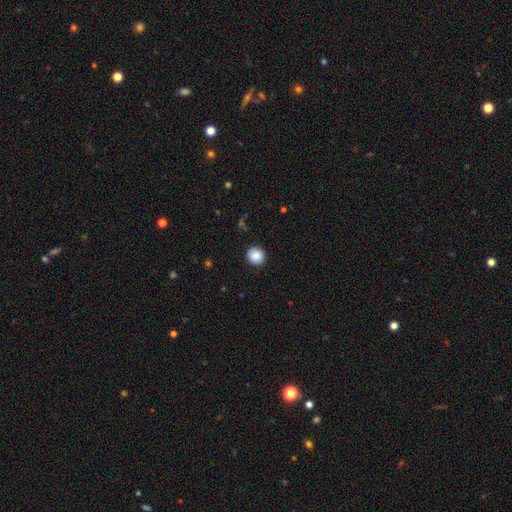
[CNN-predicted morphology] Q: Smooth or featured?
A: smooth (88%); runner-up: star or artifact (8%)
Q: How rounded?
A: round (91%); runner-up: in between (8%)
Q: Merging?
A: none (92%); runner-up: minor disturbance (5%)